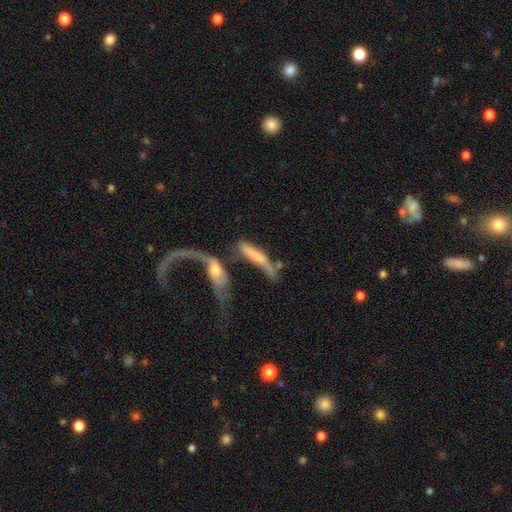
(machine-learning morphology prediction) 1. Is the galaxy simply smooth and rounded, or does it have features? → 49% smooth, 43% featured or disk, 8% star or artifact.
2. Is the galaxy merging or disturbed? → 53% merger, 19% major disturbance, 18% none, 11% minor disturbance.